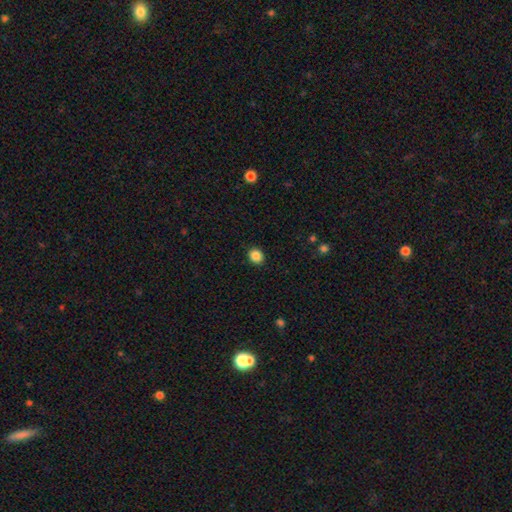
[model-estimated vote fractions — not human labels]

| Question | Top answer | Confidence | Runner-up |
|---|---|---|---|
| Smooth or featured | smooth | 86% | star or artifact (10%) |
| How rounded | round | 66% | in between (33%) |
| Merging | none | 91% | minor disturbance (6%) |